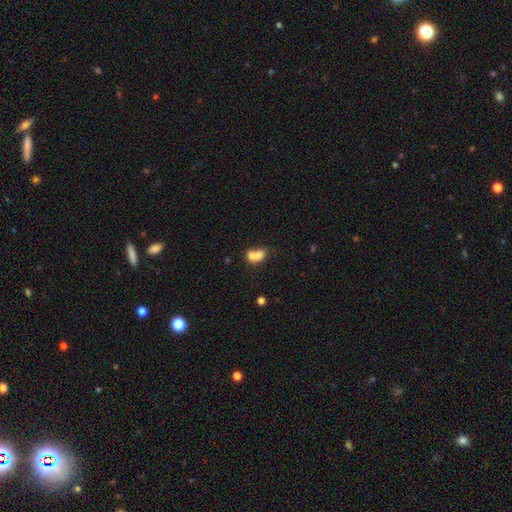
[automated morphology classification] Smooth or featured: smooth — 71% (featured or disk — 20%)
How rounded: in between — 56% (round — 42%)
Merging: merger — 71% (none — 18%)